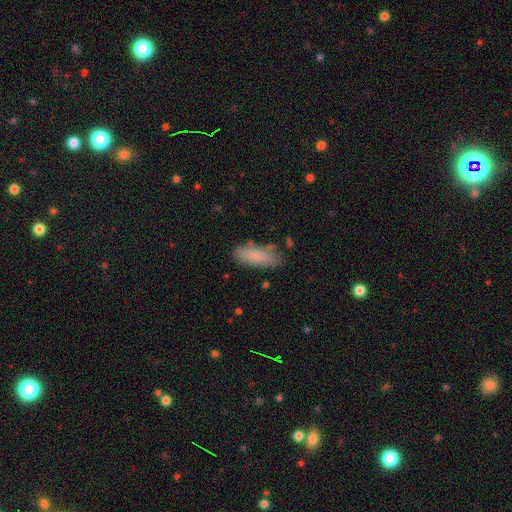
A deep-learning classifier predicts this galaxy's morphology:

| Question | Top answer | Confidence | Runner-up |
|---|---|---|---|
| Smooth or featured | smooth | 81% | featured or disk (12%) |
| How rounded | in between | 68% | cigar-shaped (30%) |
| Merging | none | 74% | minor disturbance (19%) |